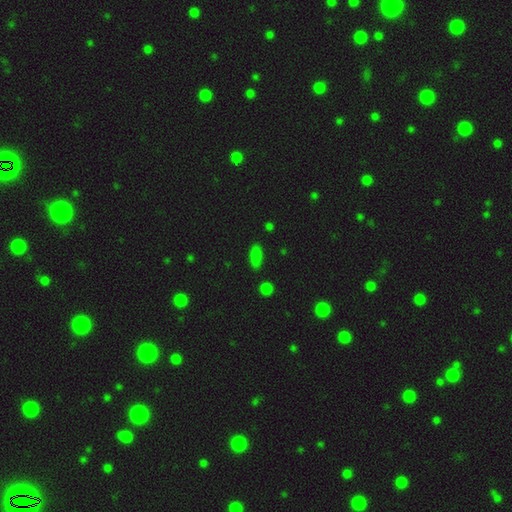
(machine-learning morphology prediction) Smooth or featured? smooth (81%)
How rounded? in between (82%)
Merging? none (81%)